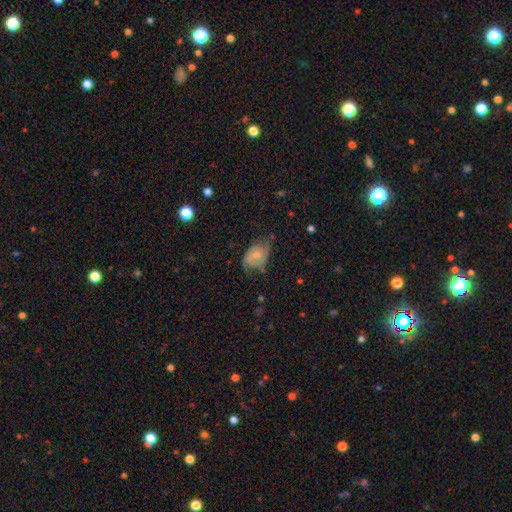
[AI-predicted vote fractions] A smooth galaxy with no disk features (51%) that is in between round and cigar-shaped (83%).

Vote fractions:
- Smooth or featured? smooth: 51% / featured or disk: 41% / star or artifact: 8%
- How rounded? in between: 83% / round: 15% / cigar-shaped: 2%
- Merging? none: 44% / minor disturbance: 38% / major disturbance: 16% / merger: 2%